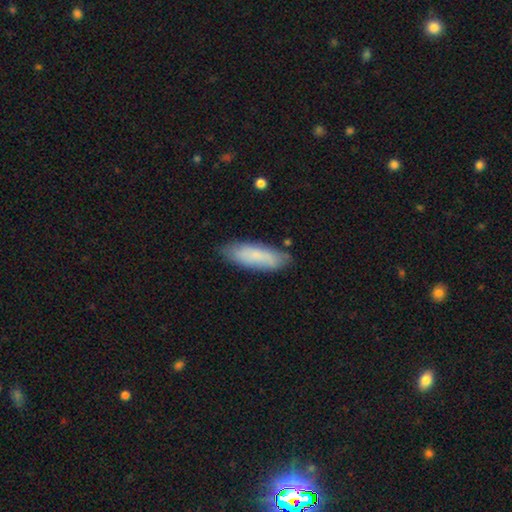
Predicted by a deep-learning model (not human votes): Smooth or featured? Predicted: smooth (p=0.75). How rounded? Predicted: in between (p=0.58). Merging? Predicted: none (p=0.78).